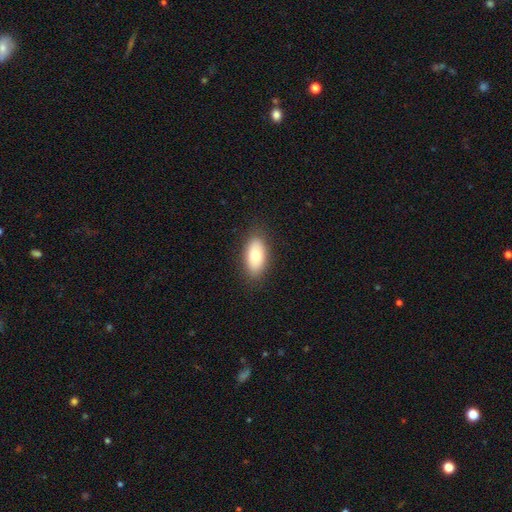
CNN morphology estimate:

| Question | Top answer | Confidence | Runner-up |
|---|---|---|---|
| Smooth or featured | smooth | 75% | featured or disk (18%) |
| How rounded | in between | 90% | cigar-shaped (6%) |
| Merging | none | 86% | minor disturbance (10%) |